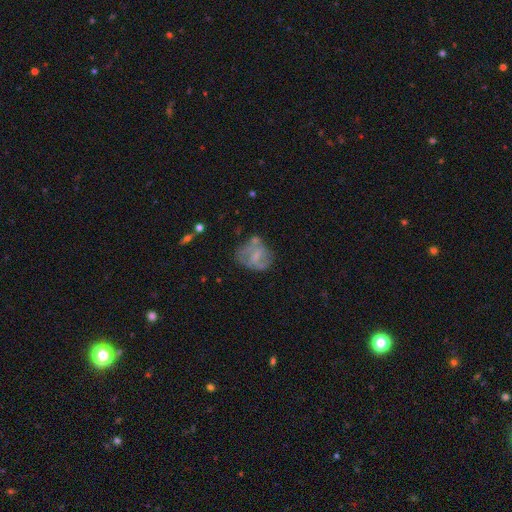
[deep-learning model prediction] This appears to be a featured or disk galaxy (53%) with a weak bar (45%), no spiral arms (55%) and a small central bulge (48%). Merging: none (42%).